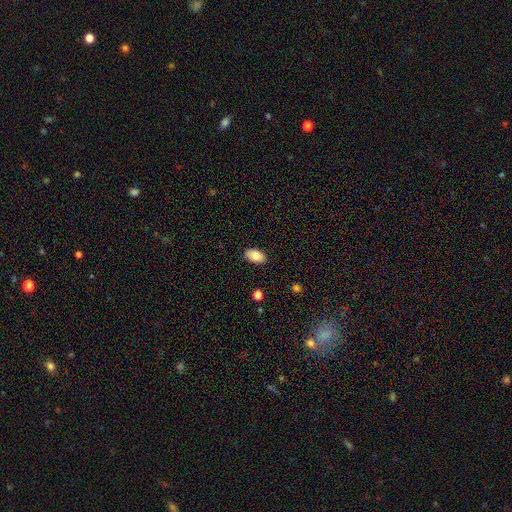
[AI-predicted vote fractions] This appears to be a smooth galaxy with no disk features (82%) that is in between round and cigar-shaped (93%). Merging: none (86%).